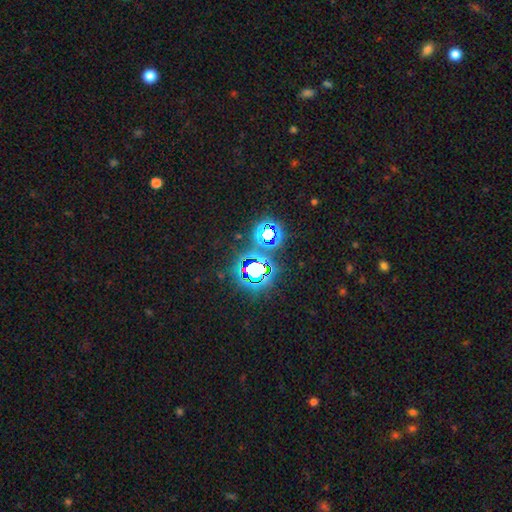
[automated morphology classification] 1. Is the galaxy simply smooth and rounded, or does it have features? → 77% star or artifact, 16% smooth, 6% featured or disk.